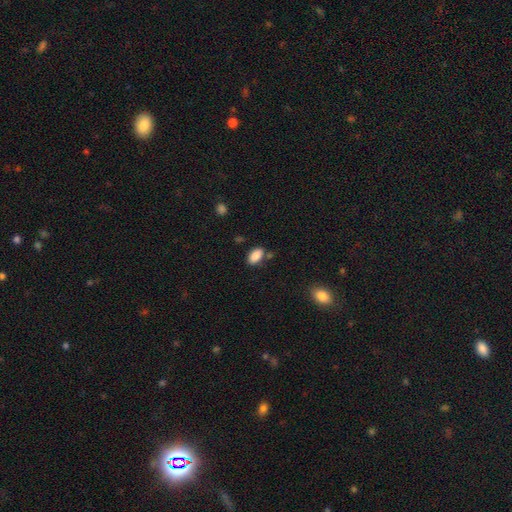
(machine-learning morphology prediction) This appears to be a smooth galaxy with no disk features (88%) that is in between round and cigar-shaped (93%). Merging: none (74%).